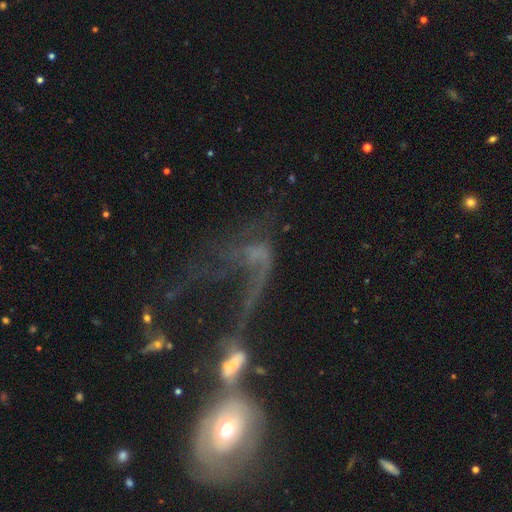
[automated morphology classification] smooth_or_featured: featured or disk (p=0.61) [alt: star or artifact p=0.20]
disk_edge_on: no (p=0.90) [alt: yes p=0.10]
bar: no (p=0.69) [alt: weak p=0.21]
has_spiral_arms: no (p=0.50) [tied with: yes p=0.50]
bulge_size: none (p=0.44) [alt: small p=0.31]
merging: merger (p=0.47) [alt: major disturbance p=0.33]